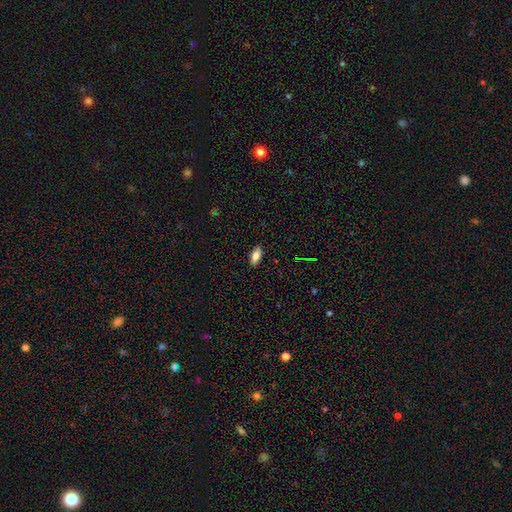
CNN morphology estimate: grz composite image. It shows a smooth galaxy with no disk features (79%) that is in between round and cigar-shaped (84%). Merging: none (88%).